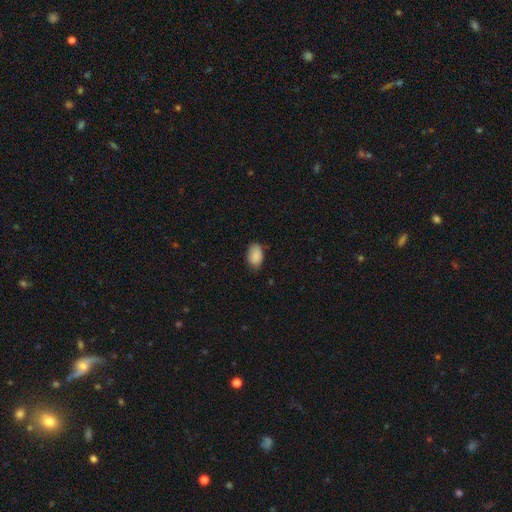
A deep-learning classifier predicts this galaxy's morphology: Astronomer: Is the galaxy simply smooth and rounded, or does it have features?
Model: smooth — 89%.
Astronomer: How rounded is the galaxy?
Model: in between — 92%.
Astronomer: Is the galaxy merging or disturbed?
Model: none — 78%.